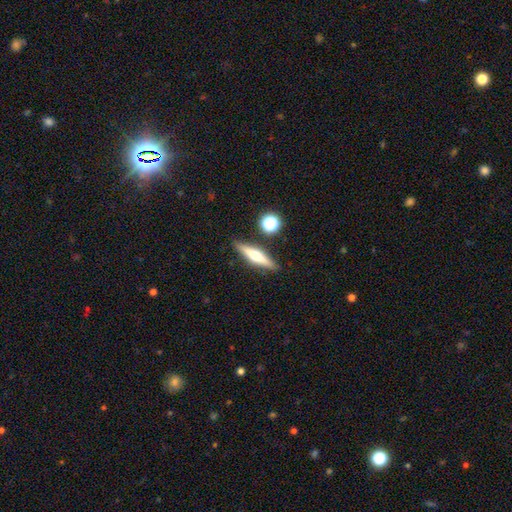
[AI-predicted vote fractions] Smooth or featured? featured or disk (55%)
Edge-on disk? yes (95%)
Edge-on bulge? rounded (89%)
Merging? none (86%)